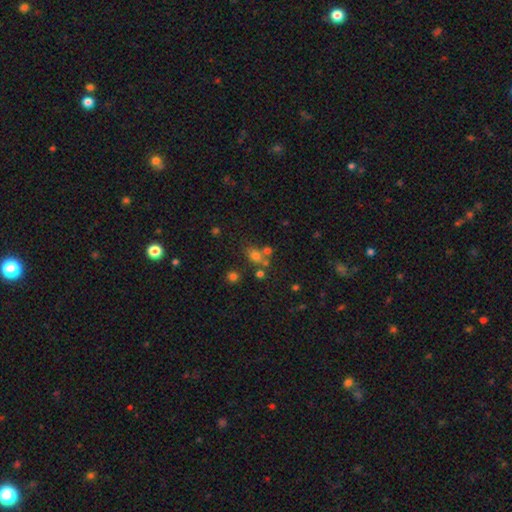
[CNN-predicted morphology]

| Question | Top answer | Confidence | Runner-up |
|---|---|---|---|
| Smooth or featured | smooth | 66% | star or artifact (22%) |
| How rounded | round | 57% | in between (41%) |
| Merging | none | 50% | merger (32%) |